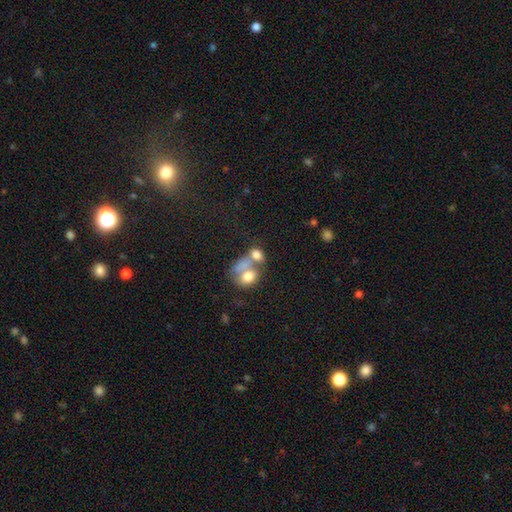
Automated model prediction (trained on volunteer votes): A smooth galaxy with no disk features (64%) that is in between round and cigar-shaped (63%). Merging: merger (61%).